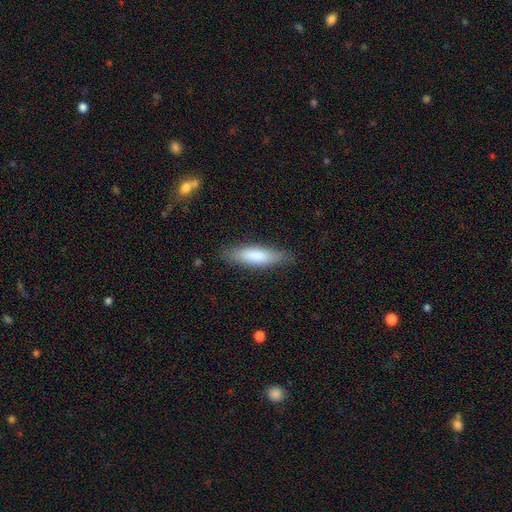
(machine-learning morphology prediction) smooth-or-featured: smooth: 80% | featured or disk: 15% | star or artifact: 5%
  how-rounded: cigar-shaped: 60% | in between: 39% | round: 1%
  merging: none: 84% | minor disturbance: 12% | major disturbance: 3% | merger: 1%